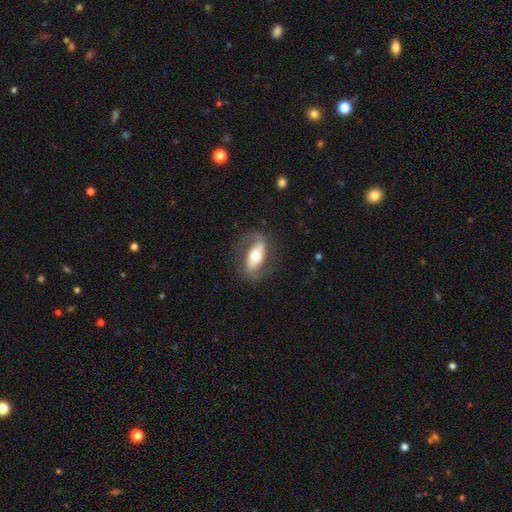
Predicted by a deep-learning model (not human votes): This is likely a featured or disk galaxy (70%). It is clearly not viewed edge-on (89%). Bar: possibly strong (47%). Spiral arm pattern: likely yes (80%). Central bulge: likely moderate (64%). Merging: likely none (75%).